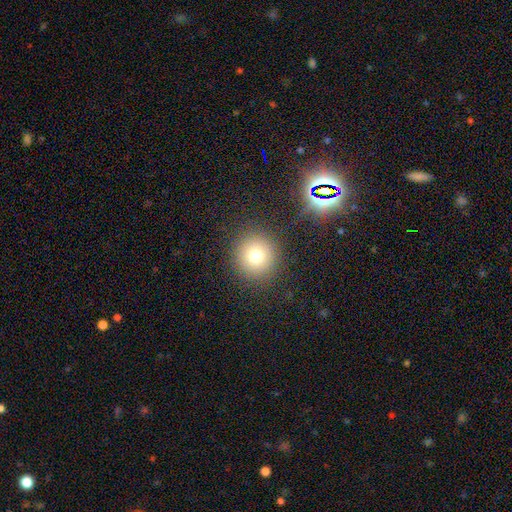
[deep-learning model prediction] smooth-or-featured: smooth: 74% | star or artifact: 15% | featured or disk: 11%
  how-rounded: round: 92% | in between: 7% | cigar-shaped: 1%
  merging: none: 89% | minor disturbance: 6% | major disturbance: 3% | merger: 2%